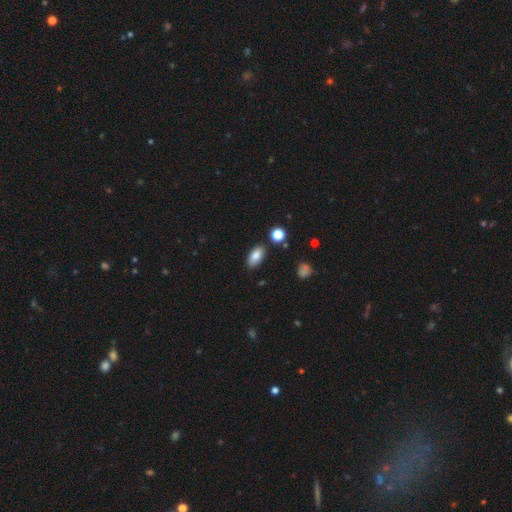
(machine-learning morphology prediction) Q: Smooth or featured?
A: smooth (84%); runner-up: star or artifact (8%)
Q: How rounded?
A: in between (90%); runner-up: cigar-shaped (6%)
Q: Merging?
A: none (84%); runner-up: minor disturbance (11%)